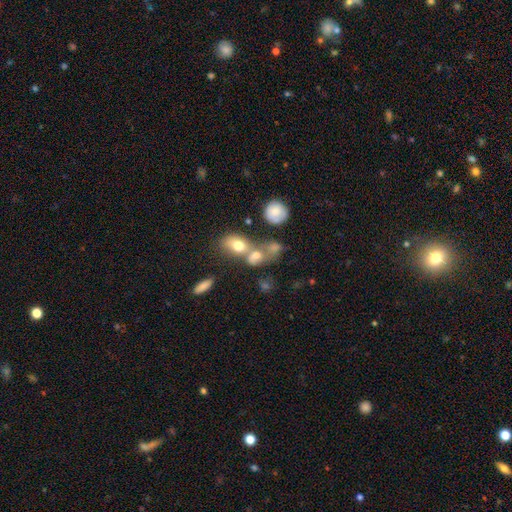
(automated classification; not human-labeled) Smooth or featured?
  - smooth: 69% *
  - featured or disk: 18%
  - star or artifact: 13%
How rounded?
  - in between: 60% *
  - round: 37%
  - cigar-shaped: 3%
Merging?
  - merger: 54% *
  - none: 27%
  - minor disturbance: 11%
  - major disturbance: 8%